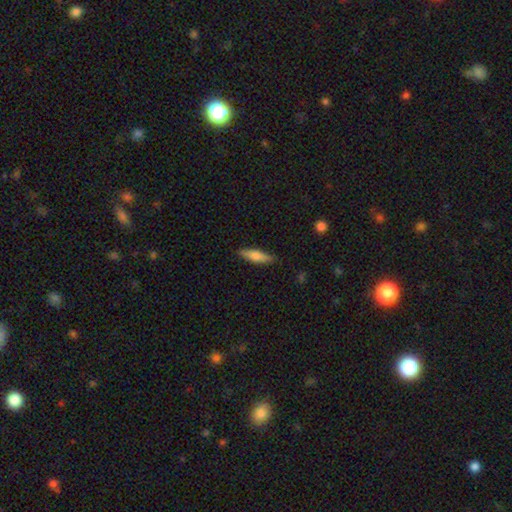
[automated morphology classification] Smooth or featured?
  - smooth: 68% *
  - featured or disk: 26%
  - star or artifact: 6%
How rounded?
  - cigar-shaped: 67% *
  - in between: 31%
  - round: 2%
Merging?
  - none: 87% *
  - minor disturbance: 10%
  - major disturbance: 2%
  - merger: 1%